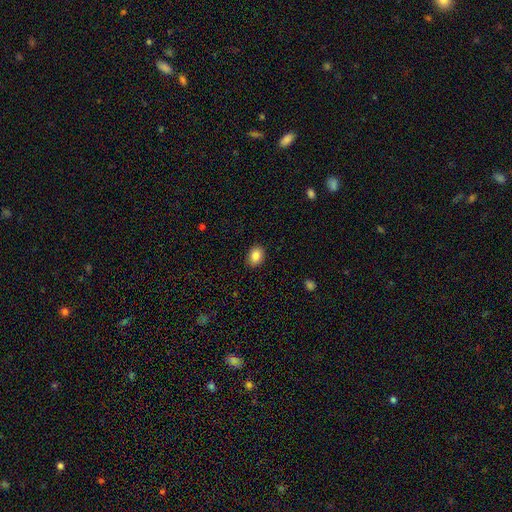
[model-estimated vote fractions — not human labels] Morphology: type=smooth (87%); roundness=in between (69%); merging=none (89%).